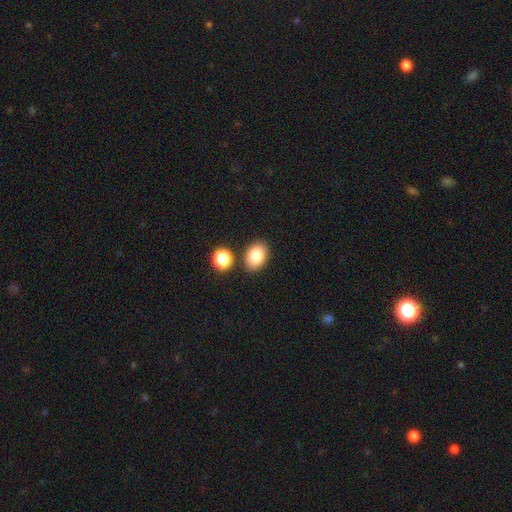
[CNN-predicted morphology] Q: Smooth or featured?
A: smooth (85%); runner-up: star or artifact (8%)
Q: How rounded?
A: in between (80%); runner-up: round (19%)
Q: Merging?
A: none (81%); runner-up: minor disturbance (9%)